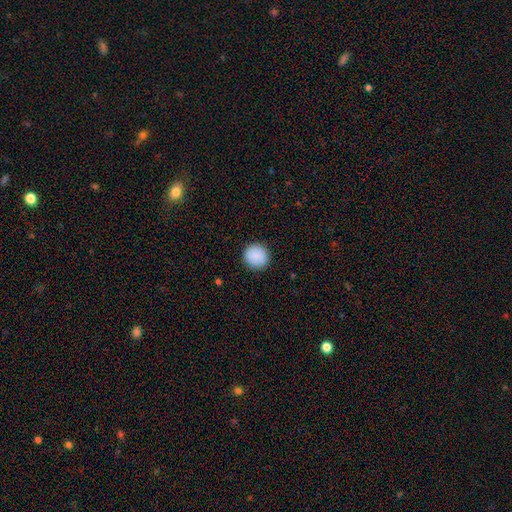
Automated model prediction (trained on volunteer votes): smooth 90%, star or artifact 7%, featured or disk 3%. Down the decision tree: how rounded — round (93%); merging — none (91%).